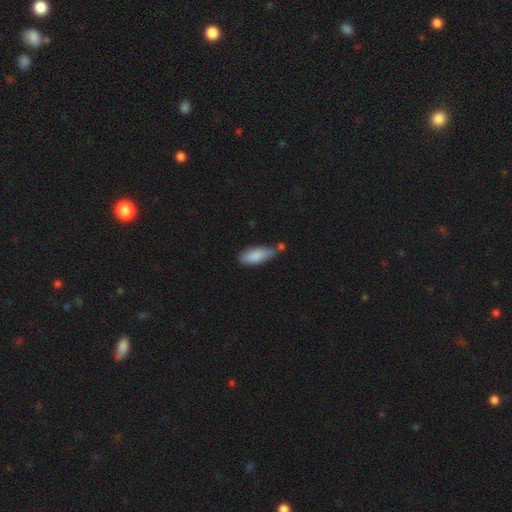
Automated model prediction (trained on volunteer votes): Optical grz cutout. It shows a smooth galaxy with no disk features (85%) that is in between round and cigar-shaped (76%). Merging: none (45%).